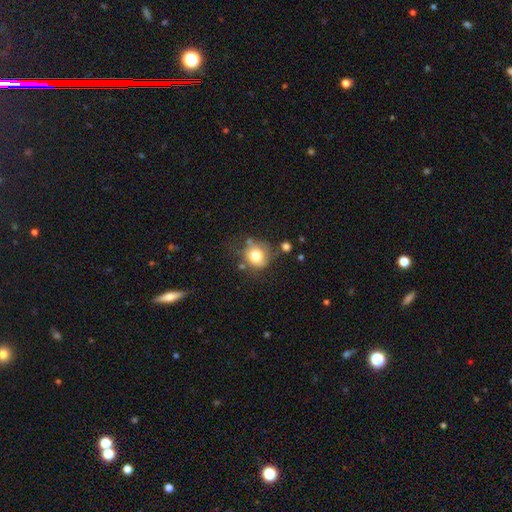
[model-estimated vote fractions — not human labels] A smooth galaxy with no disk features (76%) that is round (85%).

Vote fractions:
- Smooth or featured? smooth: 76% / featured or disk: 13% / star or artifact: 11%
- How rounded? round: 85% / in between: 14% / cigar-shaped: 1%
- Merging? none: 66% / minor disturbance: 19% / merger: 8% / major disturbance: 7%